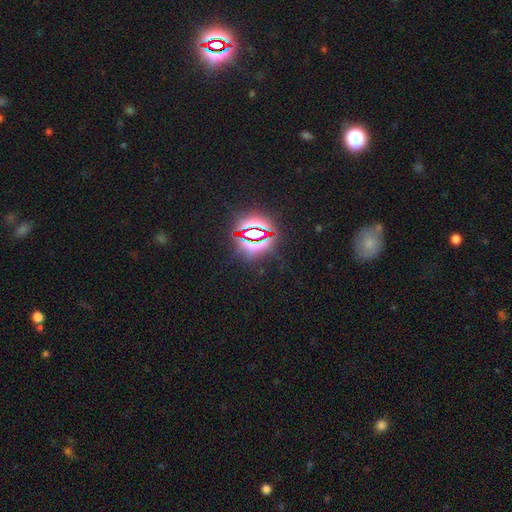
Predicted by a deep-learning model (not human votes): smooth_or_featured: star or artifact (p=0.82) [alt: smooth p=0.11]